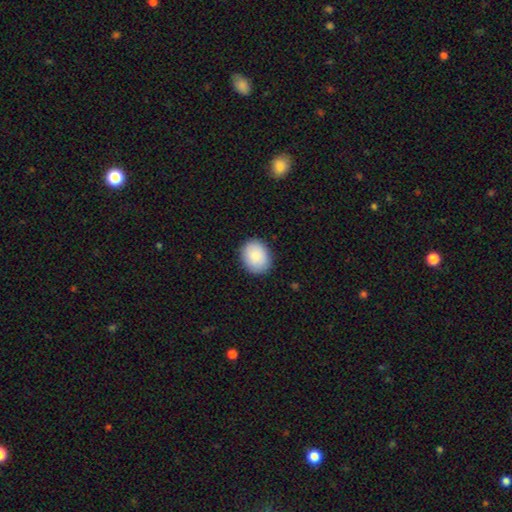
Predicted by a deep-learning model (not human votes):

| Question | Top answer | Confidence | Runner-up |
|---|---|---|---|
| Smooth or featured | smooth | 88% | star or artifact (6%) |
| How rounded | in between | 52% | round (47%) |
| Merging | none | 87% | minor disturbance (10%) |